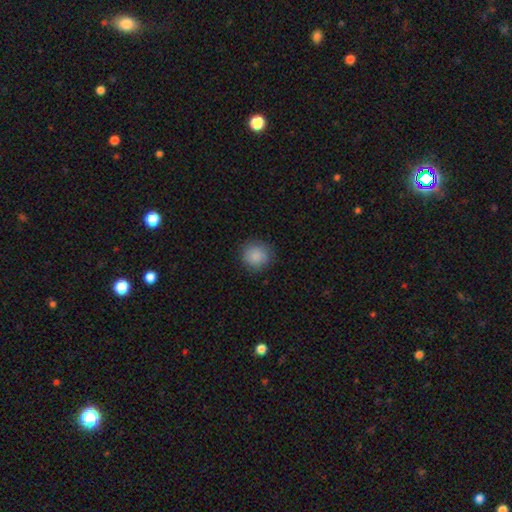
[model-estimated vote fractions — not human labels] Q: Smooth or featured?
A: smooth (88%); runner-up: star or artifact (8%)
Q: How rounded?
A: round (92%); runner-up: in between (7%)
Q: Merging?
A: none (87%); runner-up: minor disturbance (9%)